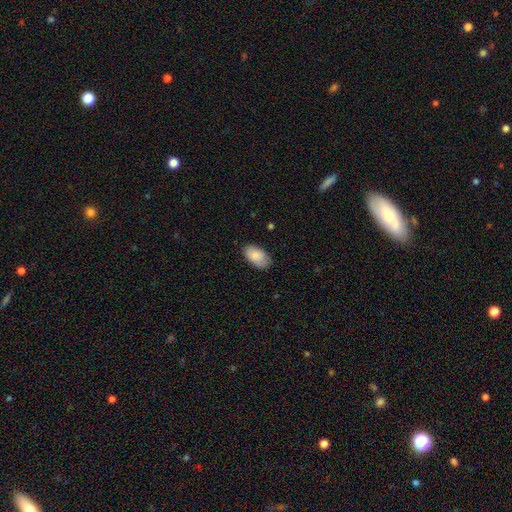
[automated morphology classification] A smooth galaxy with no disk features (86%) that is in between round and cigar-shaped (95%). Merging: none (81%).